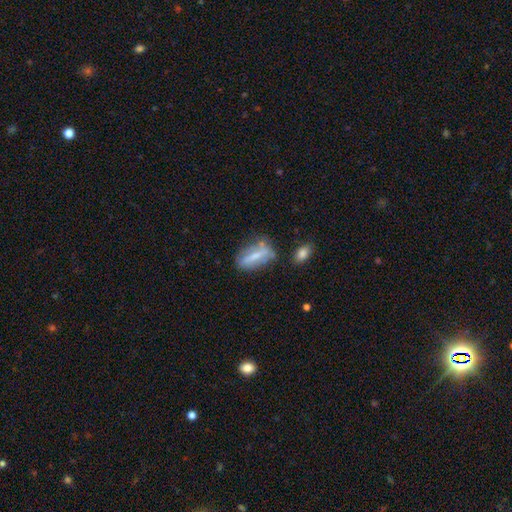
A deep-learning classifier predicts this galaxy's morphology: Smooth or featured?
  - smooth: 48% *
  - featured or disk: 43%
  - star or artifact: 9%
Merging?
  - none: 55% *
  - minor disturbance: 27%
  - major disturbance: 11%
  - merger: 7%